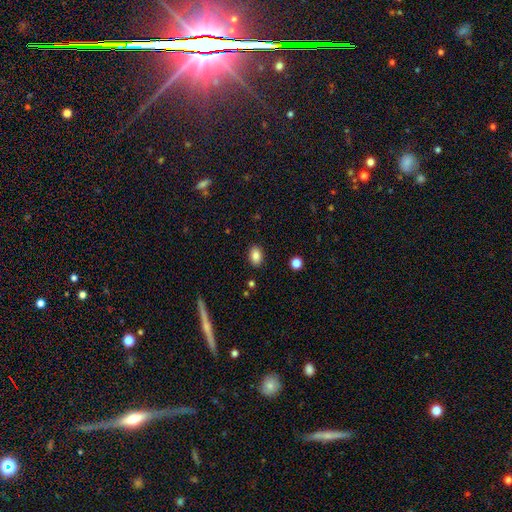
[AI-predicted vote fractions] smooth 85%, star or artifact 9%, featured or disk 6%. Down the decision tree: how rounded — in between (84%); merging — none (88%).